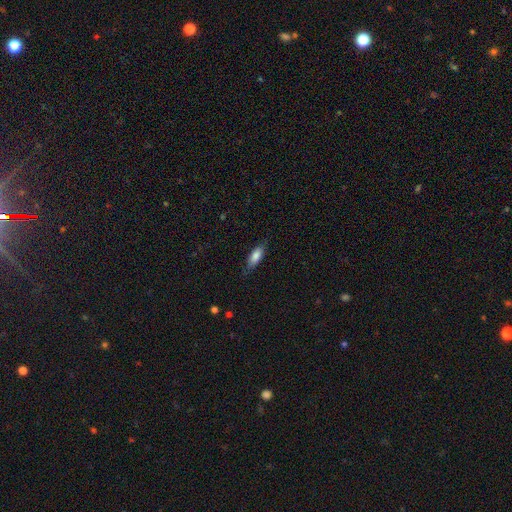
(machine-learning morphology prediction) Smooth or featured: smooth — 79% (featured or disk — 14%)
How rounded: in between — 69% (cigar-shaped — 28%)
Merging: none — 76% (minor disturbance — 19%)